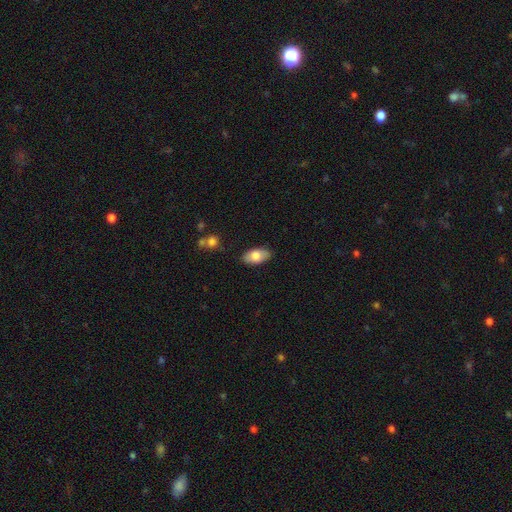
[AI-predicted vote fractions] A smooth galaxy with no disk features (76%) that is in between round and cigar-shaped (93%). Merging: none (84%).